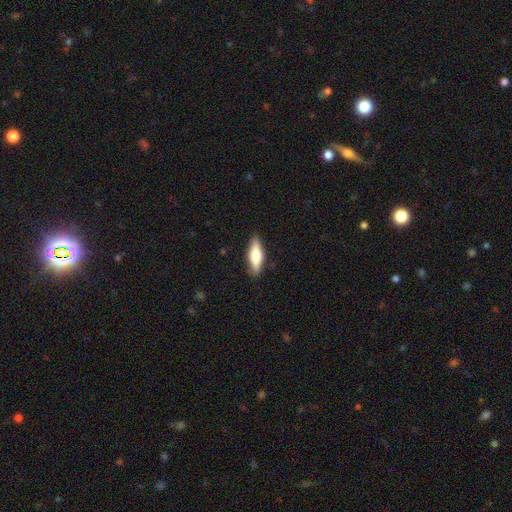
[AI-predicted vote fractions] smooth_or_featured: smooth (p=0.59) [alt: featured or disk p=0.35]
how_rounded: in between (p=0.49) [tied with: cigar-shaped p=0.49]
merging: none (p=0.87) [alt: minor disturbance p=0.10]